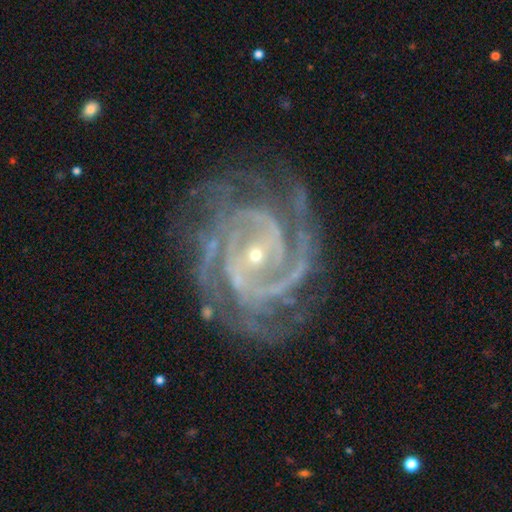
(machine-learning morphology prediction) A featured or disk galaxy (92%) with no bar (44%), 3 (26%) tight (64%) spiral arms (98%) and a small central bulge (84%).

Vote fractions:
- Smooth or featured? featured or disk: 92% / star or artifact: 5% / smooth: 3%
- Edge-on disk? no: 98% / yes: 2%
- Bar? no: 44% / weak: 33% / strong: 23%
- Spiral arms? yes: 98% / no: 2%
- Spiral winding? tight: 64% / medium: 32% / loose: 4%
- Spiral arm count? 3: 26% / 2: 25% / 4: 18% / can't tell: 14% / more than 4: 9% / 1: 8%
- Bulge size? small: 84% / moderate: 12% / none: 2% / large: 1% / dominant: 1%
- Merging? none: 67% / minor disturbance: 20% / major disturbance: 11% / merger: 2%